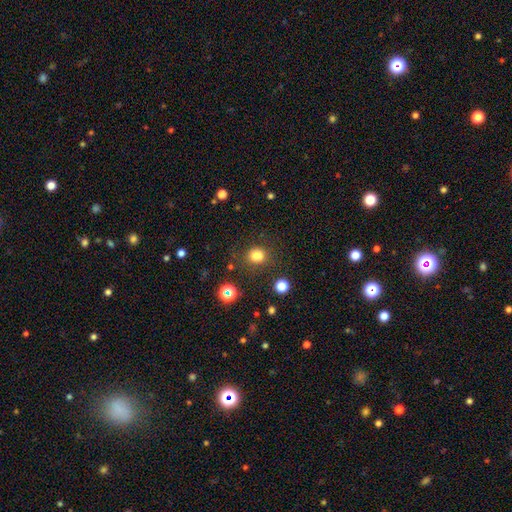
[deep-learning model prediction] This is likely a smooth galaxy (79%). How rounded: likely round (77%). Merging: likely none (80%).